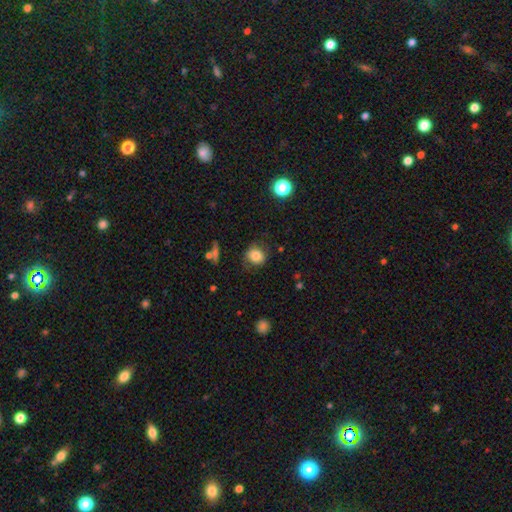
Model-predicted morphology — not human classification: type=smooth (79%); roundness=round (74%); merging=none (73%).